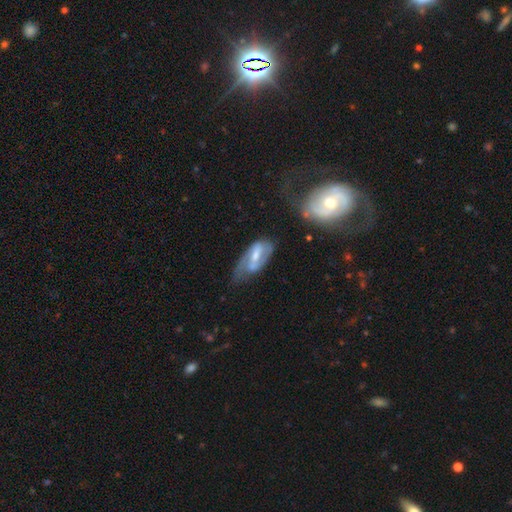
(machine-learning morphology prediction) Smooth or featured?
  - featured or disk: 70% *
  - smooth: 23%
  - star or artifact: 6%
Edge-on disk?
  - no: 92% *
  - yes: 8%
Bar?
  - strong: 44% *
  - weak: 40%
  - no: 16%
Spiral arms?
  - yes: 79% *
  - no: 21%
Spiral winding?
  - medium: 43% *
  - loose: 29%
  - tight: 28%
Spiral arm count?
  - 2: 67% *
  - can't tell: 16%
  - 1: 14%
  - 3: 2%
  - 4: 1%
  - more than 4: 1%
Bulge size?
  - moderate: 50% *
  - small: 39%
  - none: 5%
  - large: 5%
  - dominant: 1%
Merging?
  - none: 42% *
  - minor disturbance: 32%
  - major disturbance: 21%
  - merger: 5%